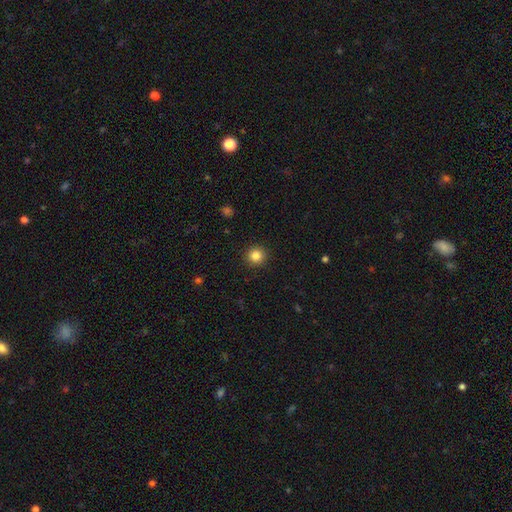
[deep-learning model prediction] smooth-or-featured: smooth: 84% | star or artifact: 11% | featured or disk: 5%
  how-rounded: round: 94% | in between: 5% | cigar-shaped: 1%
  merging: none: 92% | minor disturbance: 5% | major disturbance: 2% | merger: 1%